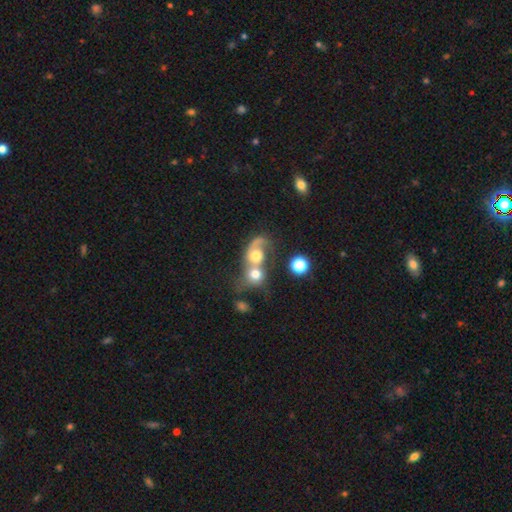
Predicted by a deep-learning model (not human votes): Overall: featured or disk (45%; smooth 44%). Merging: merger (77%).